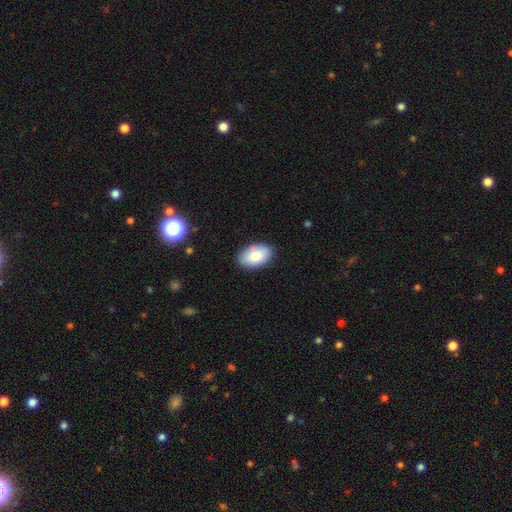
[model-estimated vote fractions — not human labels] Smooth or featured?
  - smooth: 86% *
  - featured or disk: 8%
  - star or artifact: 6%
How rounded?
  - in between: 94% *
  - round: 5%
  - cigar-shaped: 1%
Merging?
  - none: 86% *
  - minor disturbance: 11%
  - major disturbance: 2%
  - merger: 1%